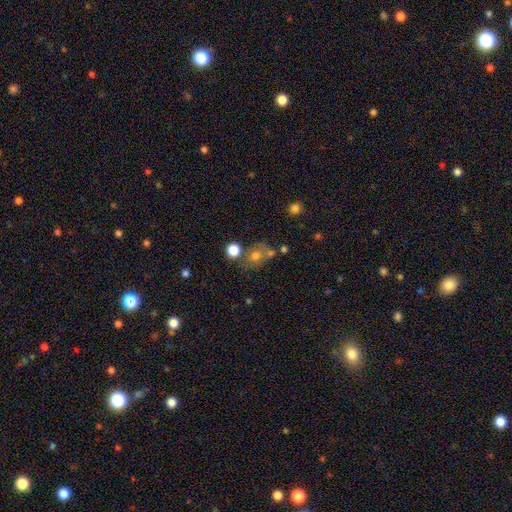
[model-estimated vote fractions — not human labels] A smooth galaxy with no disk features (66%) that is round (59%).

Vote fractions:
- Smooth or featured? smooth: 66% / featured or disk: 18% / star or artifact: 16%
- How rounded? round: 59% / in between: 39% / cigar-shaped: 1%
- Merging? none: 49% / merger: 25% / minor disturbance: 17% / major disturbance: 10%